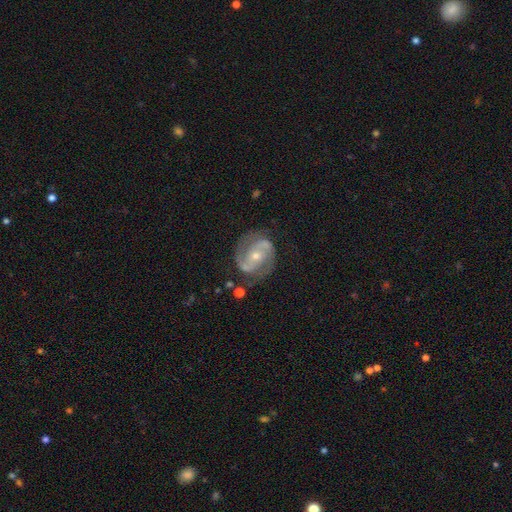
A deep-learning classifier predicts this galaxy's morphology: This is clearly a featured or disk galaxy (88%). It is clearly not viewed edge-on (98%). Bar: possibly no (47%). Spiral arm pattern: clearly yes (97%). Spiral arm count: clearly 2 (89%). Spiral winding: possibly medium (54%). Central bulge: possibly small (57%). Merging: likely none (75%).